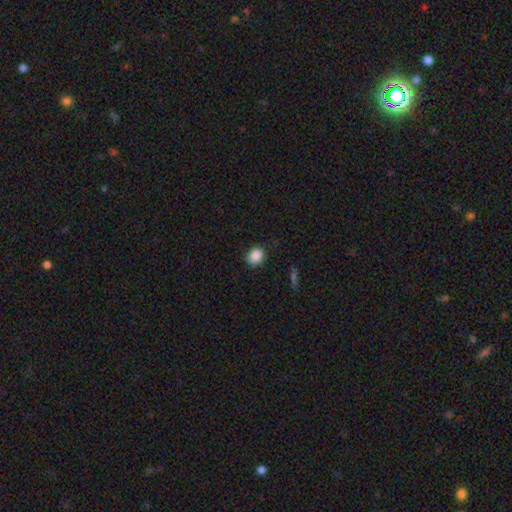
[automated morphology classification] Smooth or featured? Predicted: smooth (p=0.88). How rounded? Predicted: round (p=0.56). Merging? Predicted: none (p=0.84).